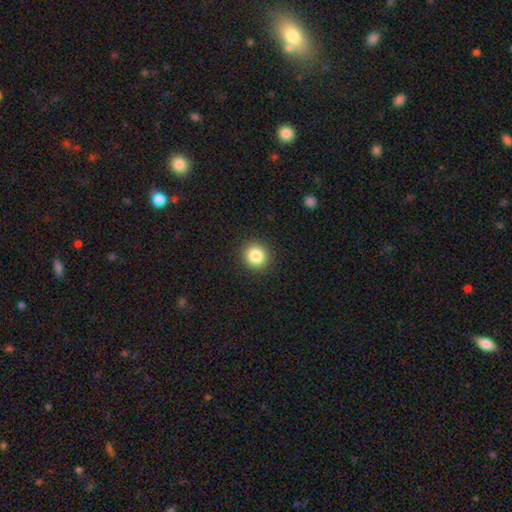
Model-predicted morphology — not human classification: The model was most divided on "smooth or featured": smooth: 85%, star or artifact: 10%, featured or disk: 5%. More confident: merging — none (92%); how rounded — round (92%).